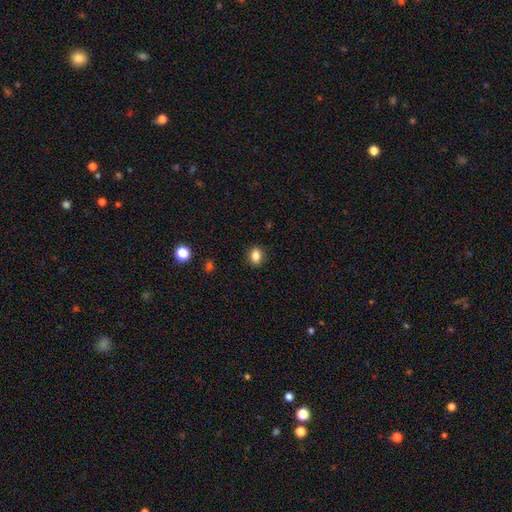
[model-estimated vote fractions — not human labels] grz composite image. It shows a smooth galaxy with no disk features (84%) that is in between round and cigar-shaped (66%). Merging: none (88%).